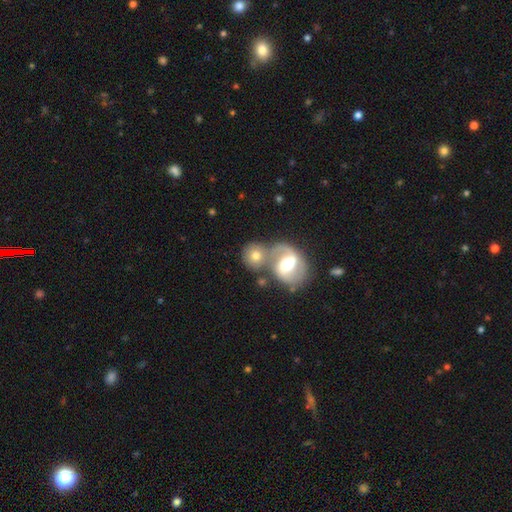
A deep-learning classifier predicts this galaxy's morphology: This appears to be a smooth galaxy with no disk features (54%) that is round (76%). Merging: merger (50%).